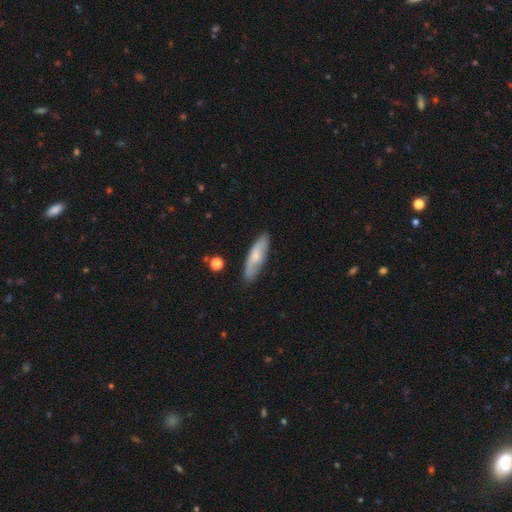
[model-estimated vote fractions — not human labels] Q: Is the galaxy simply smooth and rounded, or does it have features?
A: smooth — 61%.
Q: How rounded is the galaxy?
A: cigar-shaped — 56%.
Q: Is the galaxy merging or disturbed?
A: none — 79%.